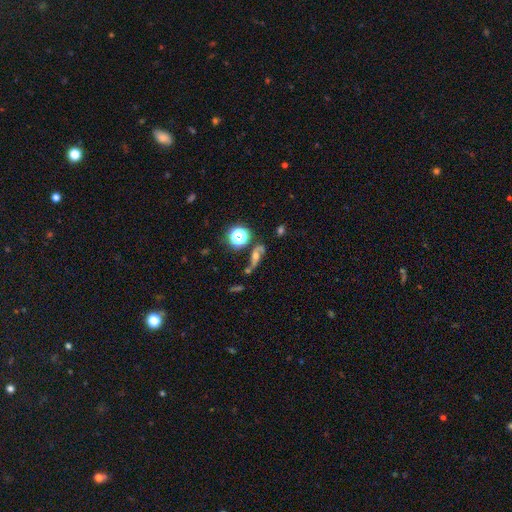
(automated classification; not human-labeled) A featured or disk galaxy (55%).

Vote fractions:
- Smooth or featured? featured or disk: 55% / star or artifact: 23% / smooth: 22%
- Edge-on disk? no: 78% / yes: 22%
- Merging? none: 58% / minor disturbance: 17% / merger: 13% / major disturbance: 12%